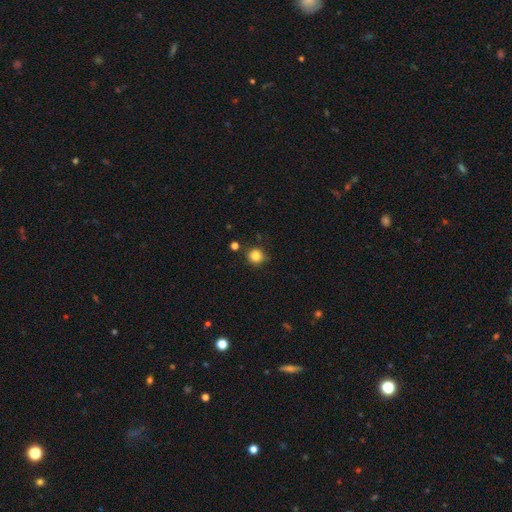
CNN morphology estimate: This is clearly a smooth galaxy (83%). How rounded: clearly round (89%). Merging: clearly none (82%).